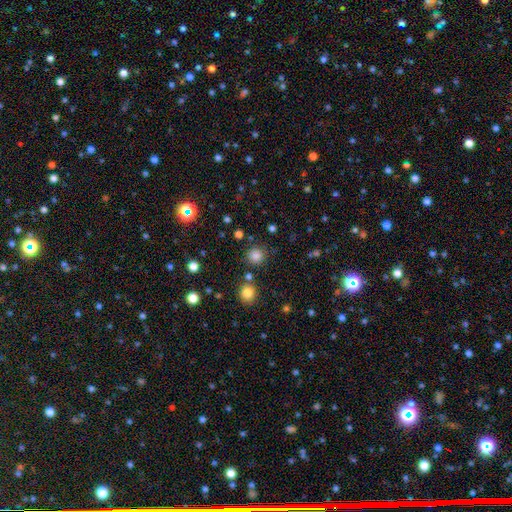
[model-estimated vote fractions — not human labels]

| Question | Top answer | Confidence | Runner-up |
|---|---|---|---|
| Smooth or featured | smooth | 82% | star or artifact (14%) |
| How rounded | round | 93% | in between (7%) |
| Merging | none | 84% | minor disturbance (8%) |